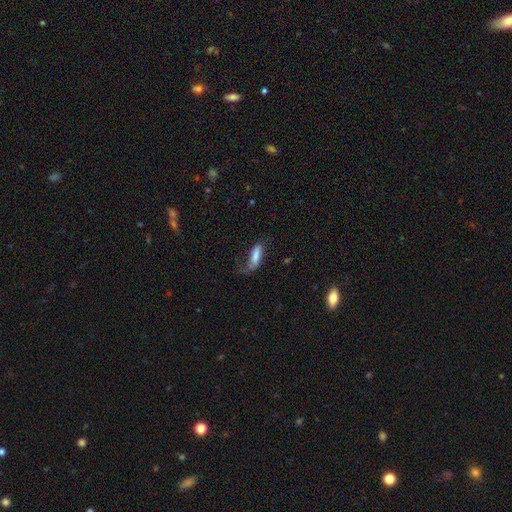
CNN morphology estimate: Smooth or featured? Predicted: smooth (p=0.71). How rounded? Predicted: in between (p=0.60). Merging? Predicted: major disturbance (p=0.38).